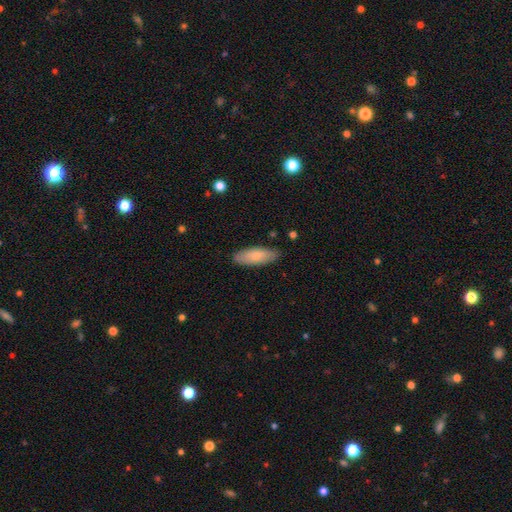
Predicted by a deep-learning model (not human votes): Overall: smooth (78%). How rounded: in between (73%). Merging: none (84%).